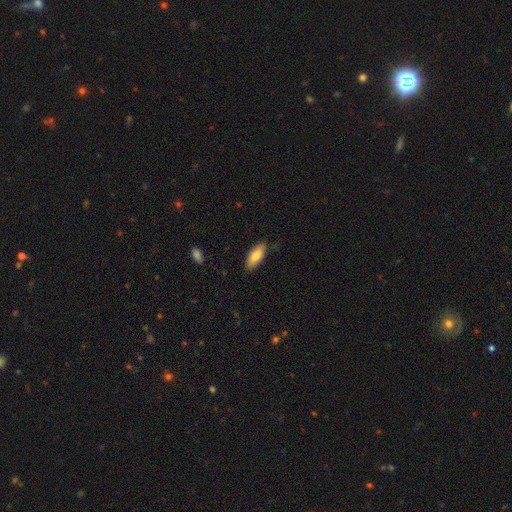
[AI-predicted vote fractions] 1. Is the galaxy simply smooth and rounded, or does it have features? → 79% smooth, 15% featured or disk, 6% star or artifact.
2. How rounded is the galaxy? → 81% in between, 17% cigar-shaped, 2% round.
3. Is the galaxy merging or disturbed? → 84% none, 13% minor disturbance, 2% major disturbance, 1% merger.